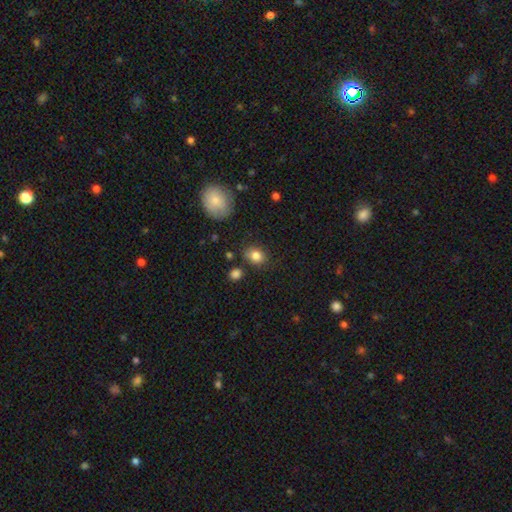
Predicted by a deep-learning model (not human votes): Smooth or featured: smooth — 82% (star or artifact — 11%)
How rounded: round — 54% (in between — 45%)
Merging: none — 76% (minor disturbance — 15%)